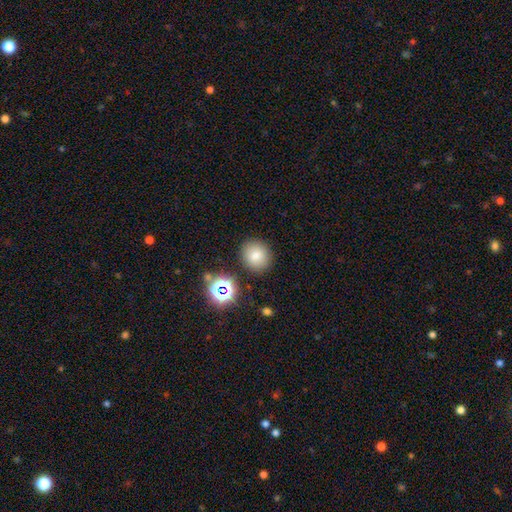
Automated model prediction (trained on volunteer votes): The model was most divided on "smooth or featured": smooth: 77%, star or artifact: 15%, featured or disk: 8%. More confident: how rounded — round (86%); merging — none (85%).